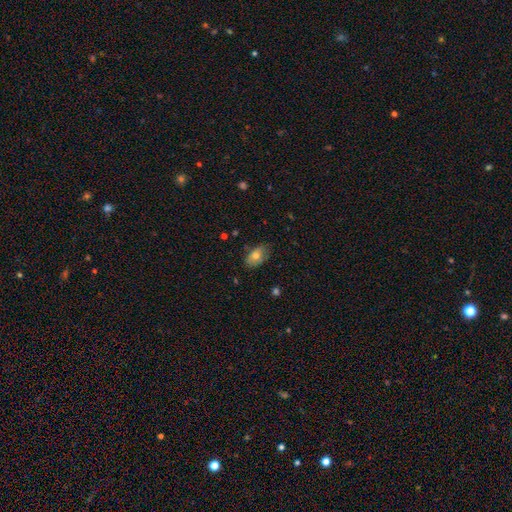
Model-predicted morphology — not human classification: Smooth or featured?
  - smooth: 73% *
  - featured or disk: 19%
  - star or artifact: 8%
How rounded?
  - in between: 89% *
  - round: 9%
  - cigar-shaped: 2%
Merging?
  - none: 71% *
  - minor disturbance: 23%
  - major disturbance: 4%
  - merger: 2%